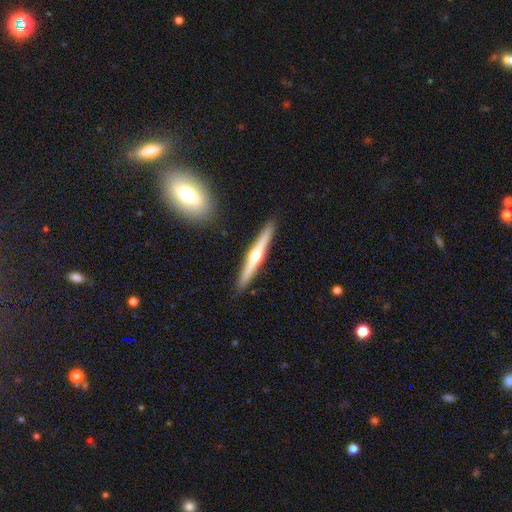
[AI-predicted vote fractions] A featured or disk galaxy (73%) viewed edge-on (98%) with a rounded central bulge (93%).

Vote fractions:
- Smooth or featured? featured or disk: 73% / smooth: 21% / star or artifact: 5%
- Edge-on disk? yes: 98% / no: 2%
- Edge-on bulge? rounded: 93% / none: 4% / boxy: 3%
- Merging? none: 91% / minor disturbance: 6% / merger: 2% / major disturbance: 1%